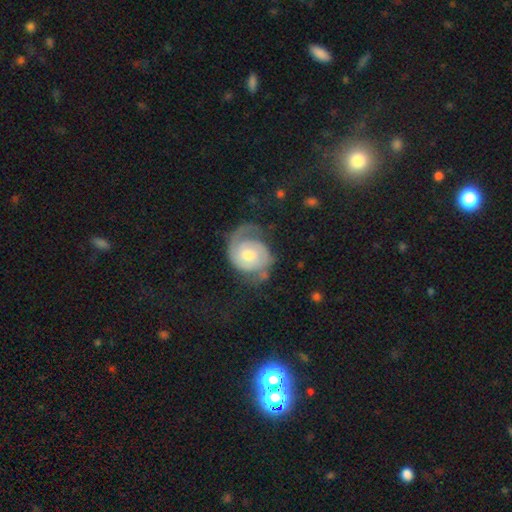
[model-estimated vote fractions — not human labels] This appears to be a featured or disk galaxy (79%) with no bar (69%), 2 (58%) tight (48%) spiral arms (93%) and a moderate central bulge (63%). Merging: none (53%).